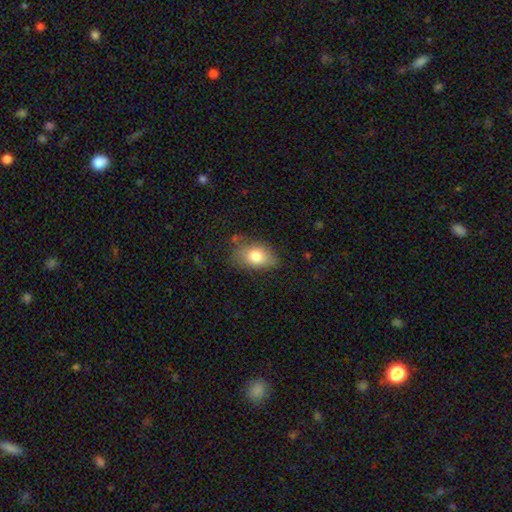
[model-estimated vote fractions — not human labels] smooth 78%, featured or disk 14%, star or artifact 8%. Down the decision tree: how rounded — in between (83%); merging — none (66%).